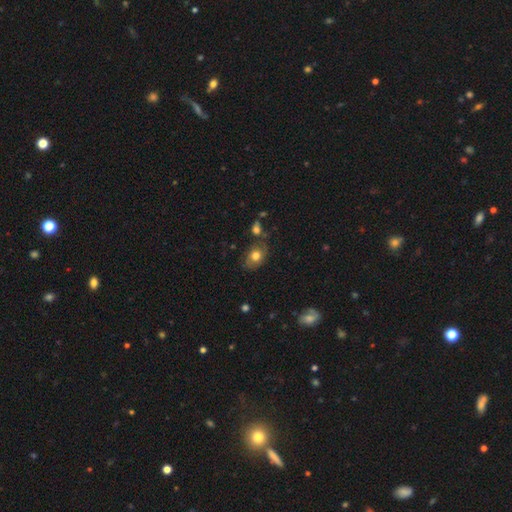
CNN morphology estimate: smooth 71%, featured or disk 20%, star or artifact 10%. Down the decision tree: how rounded — in between (66%); merging — none (64%).